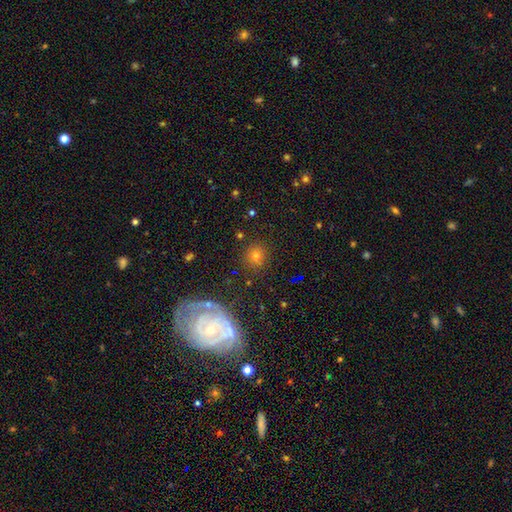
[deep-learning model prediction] This appears to be a smooth galaxy with no disk features (50%) that is round (81%). Merging: none (79%).